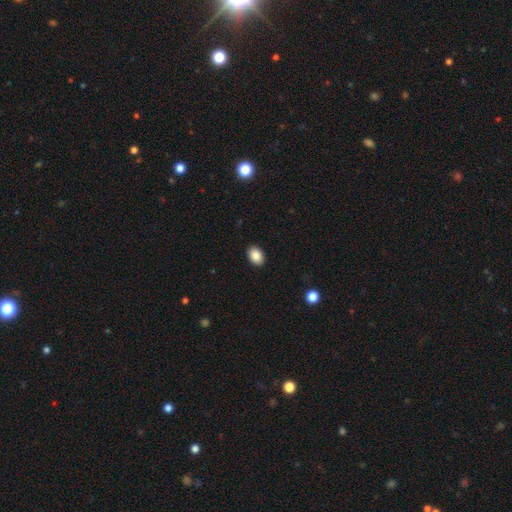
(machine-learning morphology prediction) Overall: smooth (87%). How rounded: in between (79%). Merging: none (91%).